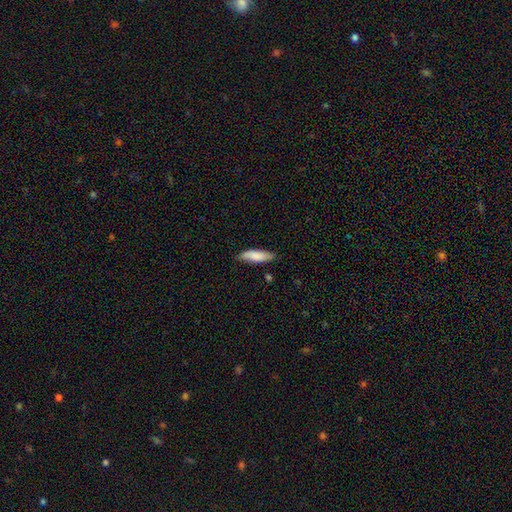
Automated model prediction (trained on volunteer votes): Morphology: type=smooth (83%); roundness=cigar-shaped (52%); merging=none (79%).